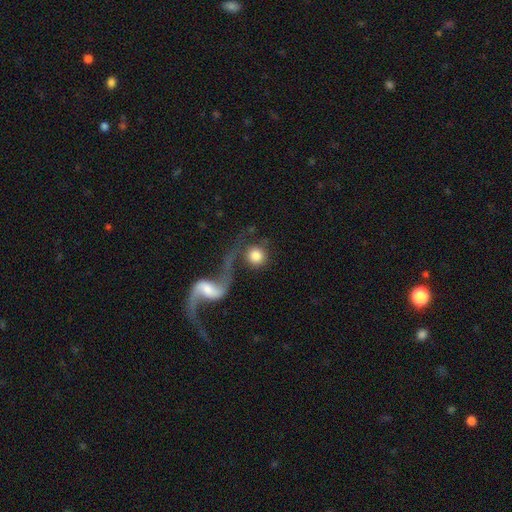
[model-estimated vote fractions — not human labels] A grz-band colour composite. It shows a smooth galaxy with no disk features (69%) that is round (91%). Merging: none (42%).